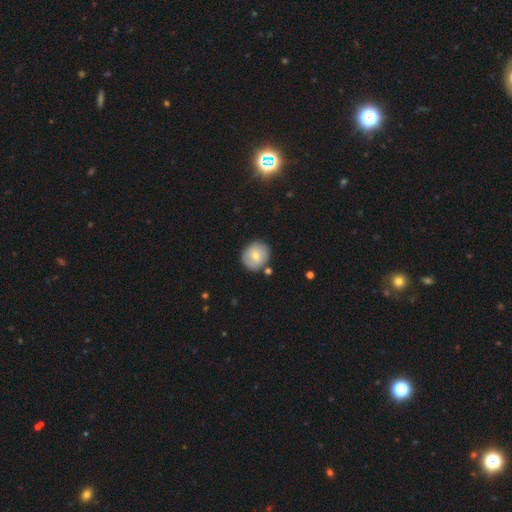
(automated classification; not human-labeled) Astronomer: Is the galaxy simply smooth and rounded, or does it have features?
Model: smooth — 66%.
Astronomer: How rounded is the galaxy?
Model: round — 82%.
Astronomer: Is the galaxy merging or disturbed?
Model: none — 80%.